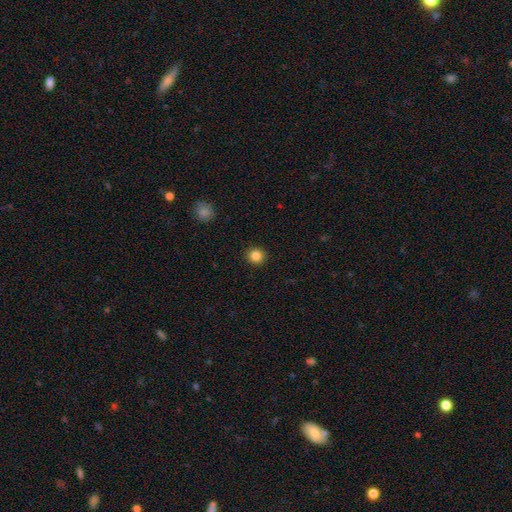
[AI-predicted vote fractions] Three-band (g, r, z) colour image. It shows a smooth galaxy with no disk features (85%) that is round (91%). Merging: none (92%).